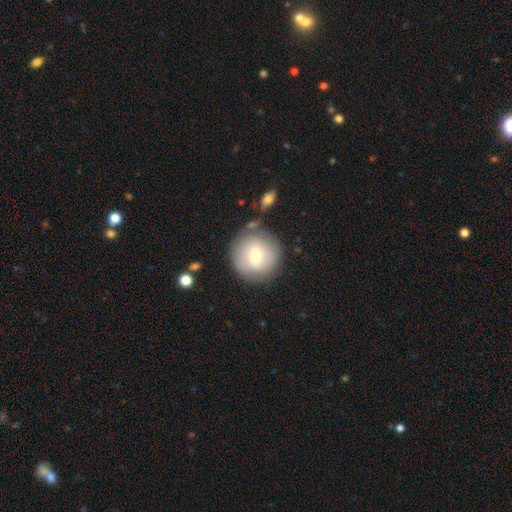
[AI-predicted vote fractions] A smooth galaxy with no disk features (69%) that is round (95%). Merging: none (77%).